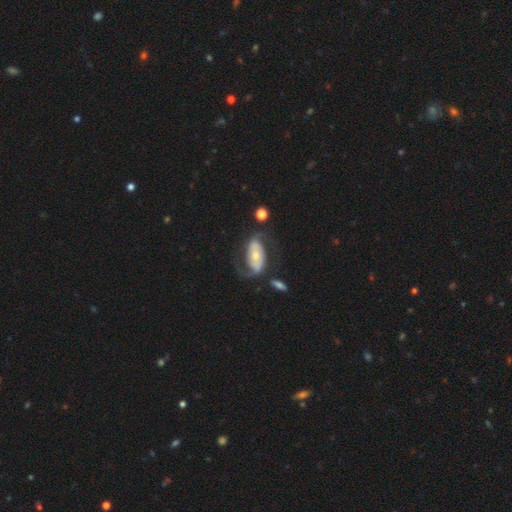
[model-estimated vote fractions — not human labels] Smooth or featured? Predicted: featured or disk (p=0.75). Edge-on disk? Predicted: no (p=0.95). Bar? Predicted: no (p=0.49). Spiral arms? Predicted: yes (p=0.87). Spiral winding? Predicted: loose (p=0.50). Spiral arm count? Predicted: 2 (p=0.85). Bulge size? Predicted: small (p=0.49). Merging? Predicted: none (p=0.55).